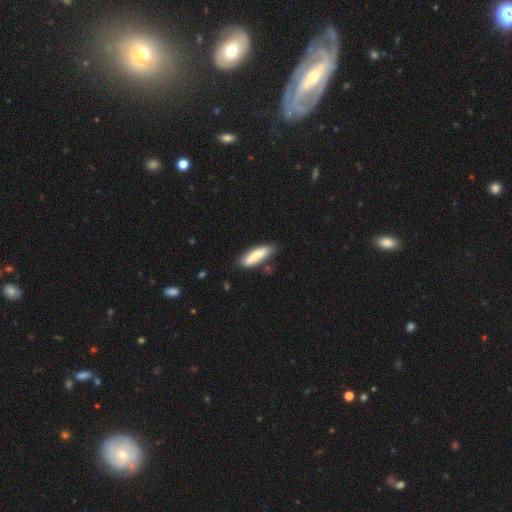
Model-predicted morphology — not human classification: smooth 74%, featured or disk 20%, star or artifact 6%. Down the decision tree: how rounded — cigar-shaped (56%); merging — none (79%).